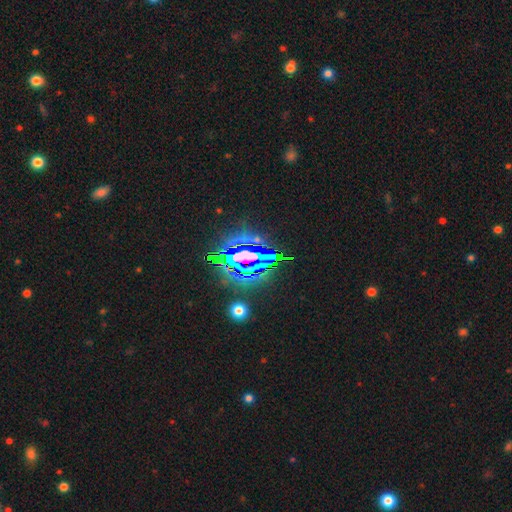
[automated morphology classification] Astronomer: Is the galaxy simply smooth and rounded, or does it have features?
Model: star or artifact — 75%.